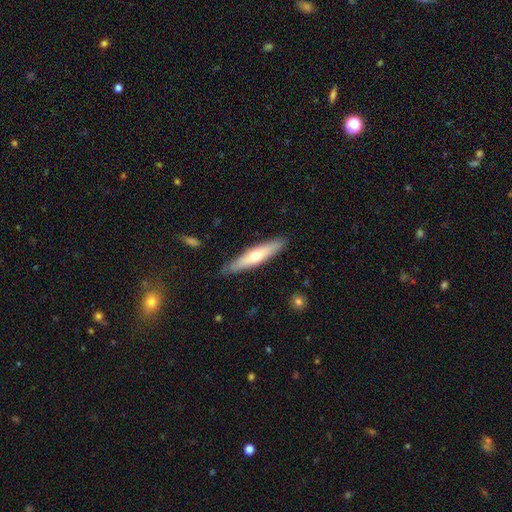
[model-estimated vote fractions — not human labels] This is possibly a smooth galaxy (51%). How rounded: clearly cigar-shaped (86%). Merging: clearly none (87%).